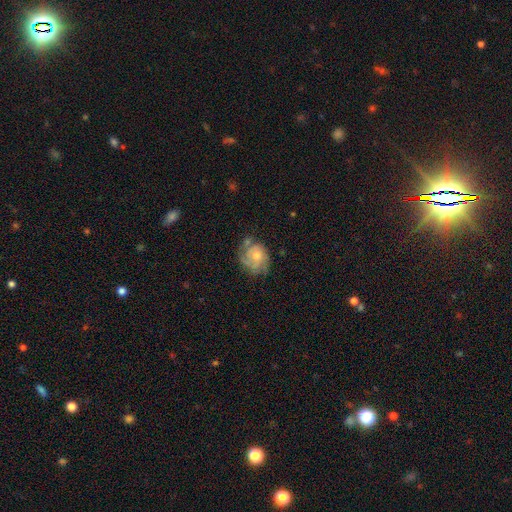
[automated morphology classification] Q: Smooth or featured?
A: featured or disk (65%); runner-up: smooth (28%)
Q: Edge-on disk?
A: no (98%); runner-up: yes (2%)
Q: Bar?
A: no (77%); runner-up: weak (20%)
Q: Spiral arms?
A: yes (85%); runner-up: no (15%)
Q: Spiral winding?
A: tight (54%); runner-up: medium (34%)
Q: Spiral arm count?
A: can't tell (35%); runner-up: 2 (26%)
Q: Bulge size?
A: moderate (49%); runner-up: small (41%)
Q: Merging?
A: none (56%); runner-up: minor disturbance (26%)